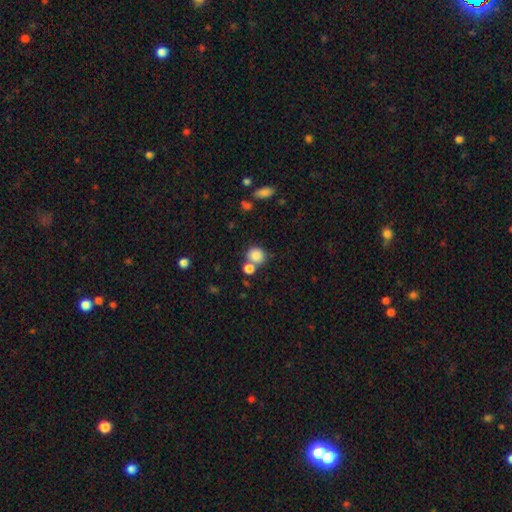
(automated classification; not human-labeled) Morphology: type=smooth (84%); roundness=round (75%); merging=none (51%).